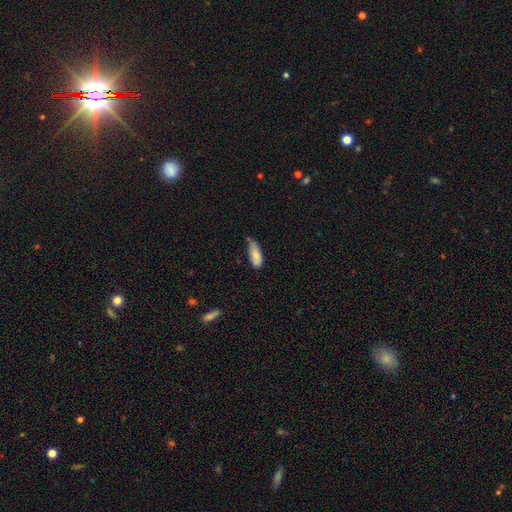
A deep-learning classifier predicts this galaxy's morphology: This appears to be a smooth galaxy with no disk features (83%) that is in between round and cigar-shaped (74%). Merging: none (47%).